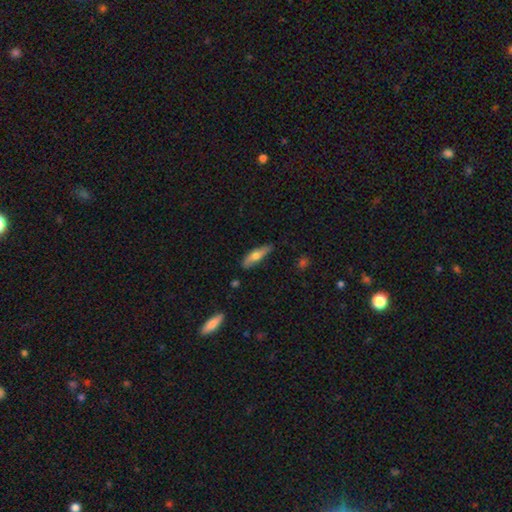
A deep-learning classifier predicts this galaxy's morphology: A smooth galaxy with no disk features (60%) that is cigar-shaped (64%).

Vote fractions:
- Smooth or featured? smooth: 60% / featured or disk: 34% / star or artifact: 6%
- How rounded? cigar-shaped: 64% / in between: 33% / round: 2%
- Merging? none: 79% / minor disturbance: 17% / major disturbance: 3% / merger: 2%